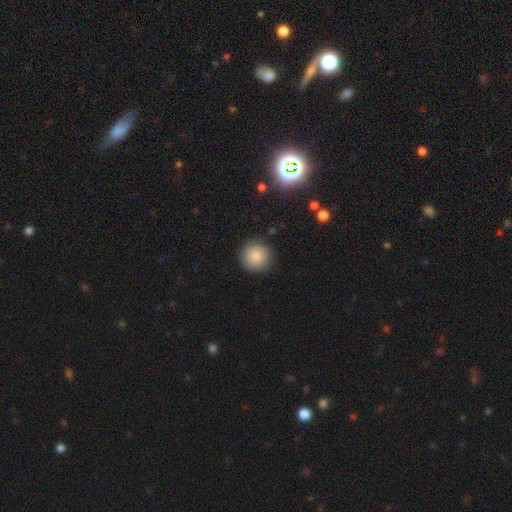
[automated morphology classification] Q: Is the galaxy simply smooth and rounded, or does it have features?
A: smooth — 84%.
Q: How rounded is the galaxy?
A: round — 95%.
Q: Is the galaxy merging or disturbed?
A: none — 88%.